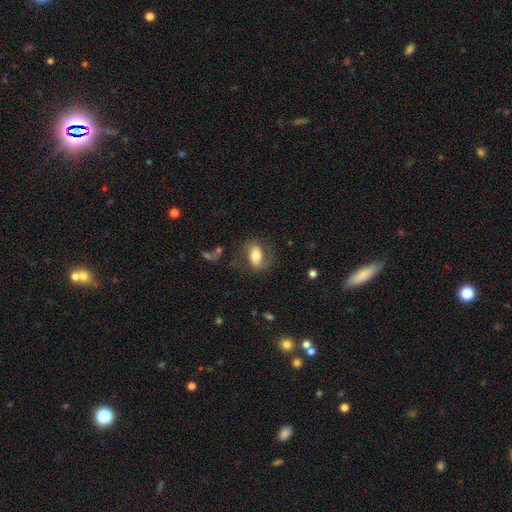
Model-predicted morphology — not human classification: Smooth or featured?
  - featured or disk: 48% *
  - smooth: 45%
  - star or artifact: 7%
Merging?
  - none: 61% *
  - minor disturbance: 19%
  - major disturbance: 17%
  - merger: 3%